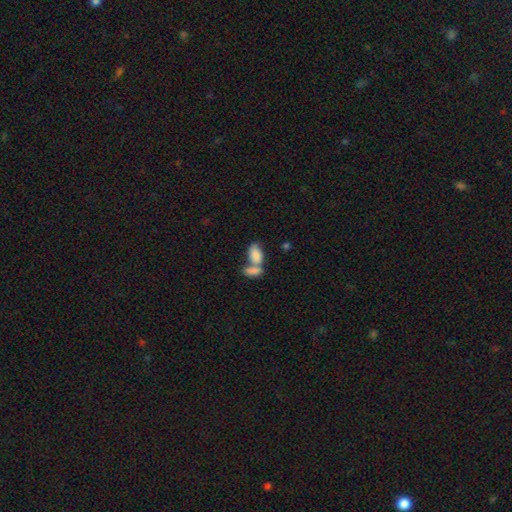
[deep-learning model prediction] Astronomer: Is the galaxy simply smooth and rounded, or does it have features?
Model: smooth — 82%.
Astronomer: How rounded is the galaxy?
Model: in between — 92%.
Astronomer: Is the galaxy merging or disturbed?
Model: merger — 66%.